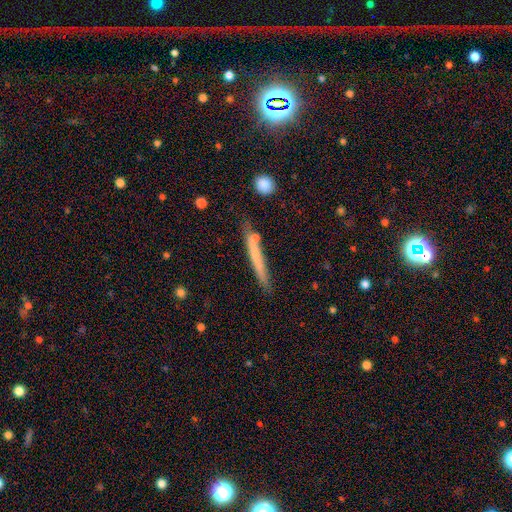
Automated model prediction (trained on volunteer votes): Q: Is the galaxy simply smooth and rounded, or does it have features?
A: smooth — 59%.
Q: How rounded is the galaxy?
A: cigar-shaped — 96%.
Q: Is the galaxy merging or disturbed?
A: none — 79%.